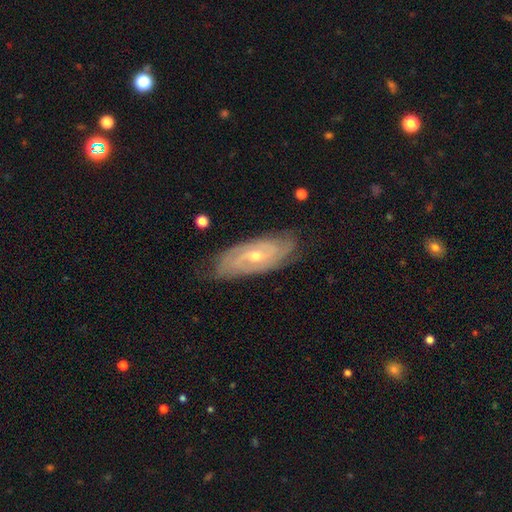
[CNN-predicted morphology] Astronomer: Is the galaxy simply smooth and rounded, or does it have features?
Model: featured or disk — 84%.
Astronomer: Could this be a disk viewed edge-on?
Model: no — 90%.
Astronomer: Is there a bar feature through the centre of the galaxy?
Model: no — 56% (runner-up: weak, 35%).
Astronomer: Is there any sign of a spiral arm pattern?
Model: yes — 95%.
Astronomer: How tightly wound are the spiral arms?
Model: tight — 67%.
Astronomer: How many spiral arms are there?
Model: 2 — 34% (runner-up: can't tell, 32%).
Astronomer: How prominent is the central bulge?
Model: moderate — 50% (runner-up: small, 47%).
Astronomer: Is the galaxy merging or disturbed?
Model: none — 77%.